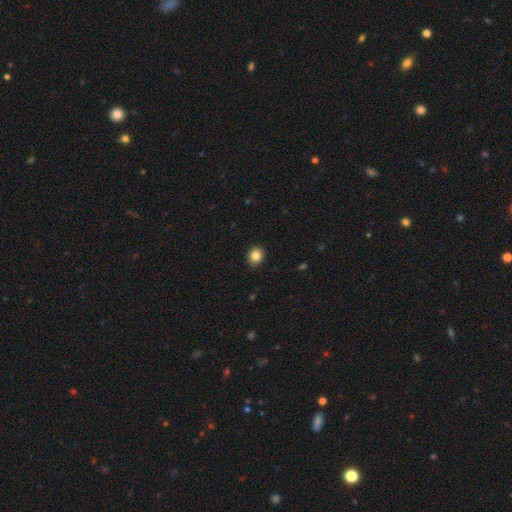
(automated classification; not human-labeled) Smooth or featured? smooth (84%)
How rounded? round (65%)
Merging? none (91%)